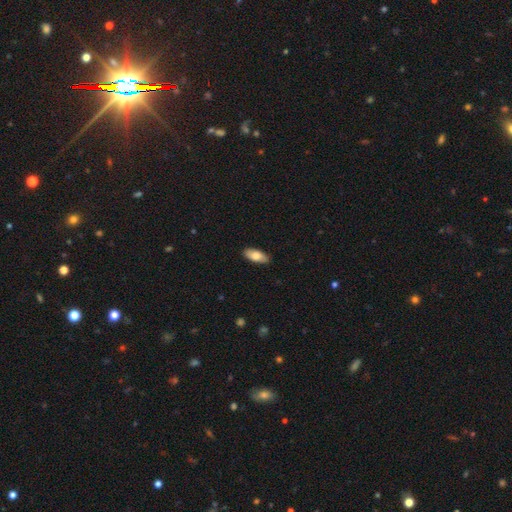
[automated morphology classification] Smooth or featured: smooth — 78% (featured or disk — 16%)
How rounded: in between — 87% (cigar-shaped — 11%)
Merging: none — 89% (minor disturbance — 9%)